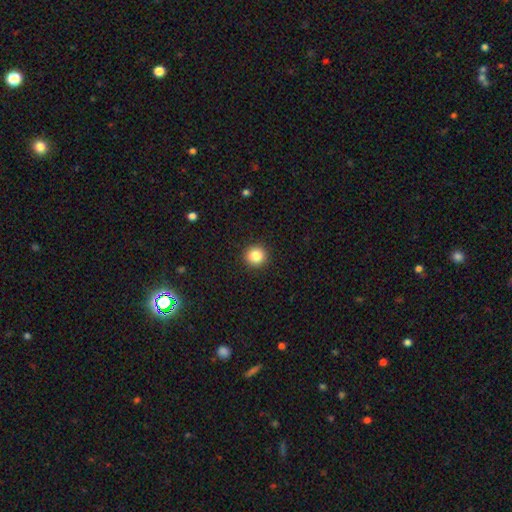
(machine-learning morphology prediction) This is clearly a smooth galaxy (85%). How rounded: clearly round (94%). Merging: clearly none (93%).